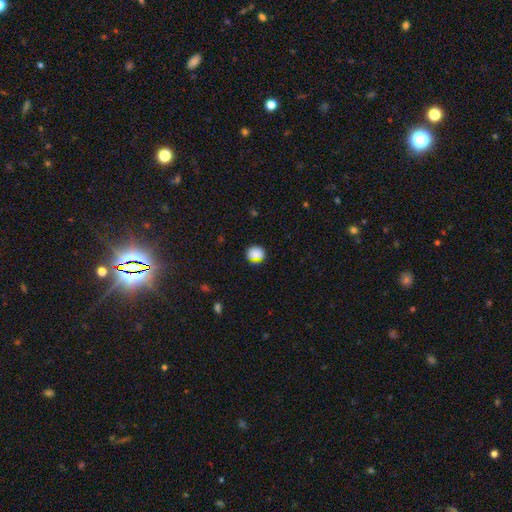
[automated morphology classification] smooth-or-featured: smooth: 80% | star or artifact: 16% | featured or disk: 5%
  how-rounded: round: 82% | in between: 17% | cigar-shaped: 1%
  merging: none: 78% | minor disturbance: 14% | merger: 4% | major disturbance: 4%